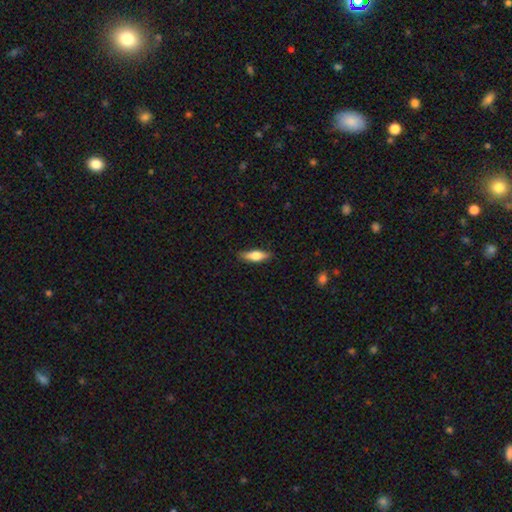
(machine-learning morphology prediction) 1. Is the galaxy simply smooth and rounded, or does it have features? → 60% smooth, 34% featured or disk, 6% star or artifact.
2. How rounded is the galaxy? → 50% cigar-shaped, 48% in between, 3% round.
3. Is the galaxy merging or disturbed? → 86% none, 11% minor disturbance, 2% major disturbance, 1% merger.